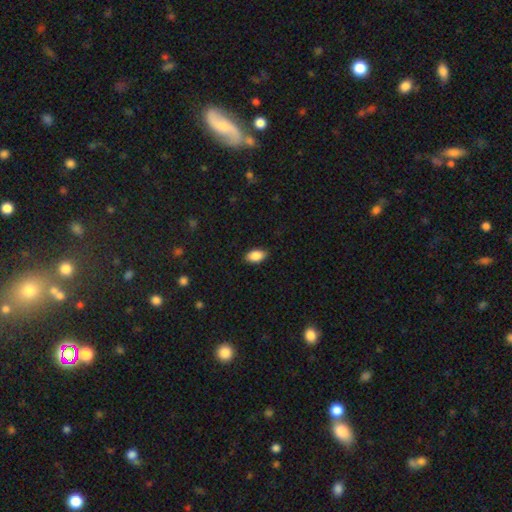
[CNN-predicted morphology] This is clearly a smooth galaxy (88%). How rounded: clearly in between (92%). Merging: clearly none (87%).